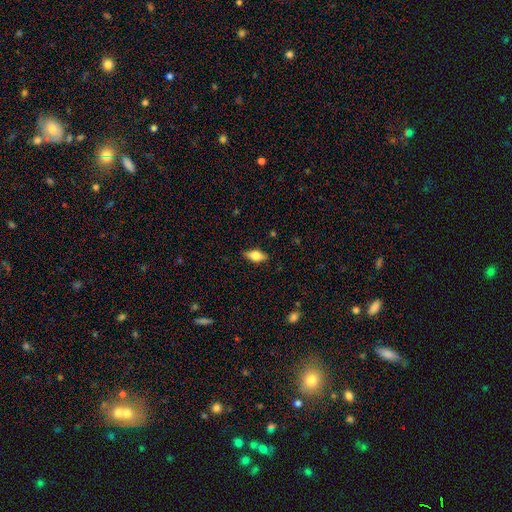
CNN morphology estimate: Q: Smooth or featured?
A: smooth (57%); runner-up: featured or disk (35%)
Q: How rounded?
A: in between (78%); runner-up: cigar-shaped (17%)
Q: Merging?
A: none (86%); runner-up: minor disturbance (11%)